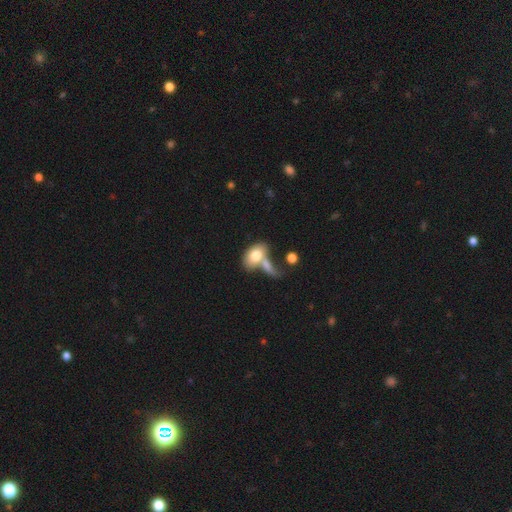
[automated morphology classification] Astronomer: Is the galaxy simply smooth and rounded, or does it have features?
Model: smooth — 73%.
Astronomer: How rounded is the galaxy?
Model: in between — 87%.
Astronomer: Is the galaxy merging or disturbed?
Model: merger — 55%.